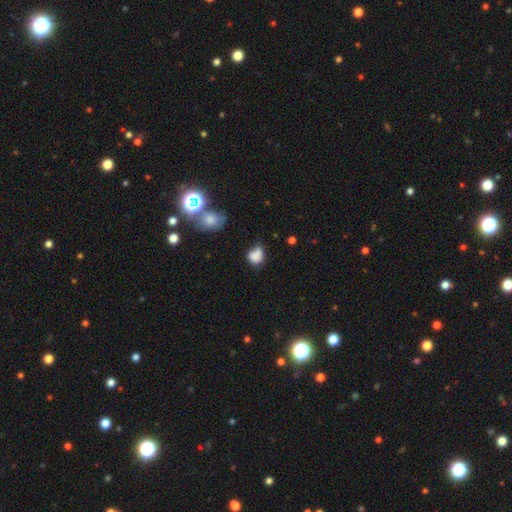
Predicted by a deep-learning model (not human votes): This is likely a smooth galaxy (77%). How rounded: possibly round (50%). Merging: marginally none (36%).